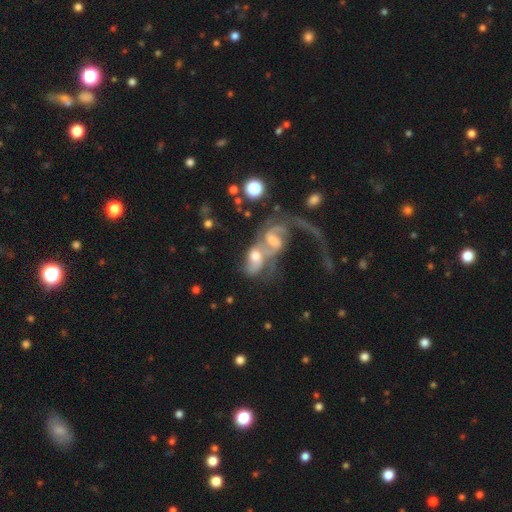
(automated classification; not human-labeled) A featured or disk galaxy (64%) with no bar (49%), spiral arms (80%) and a moderate central bulge (47%). Merging: merger (77%).